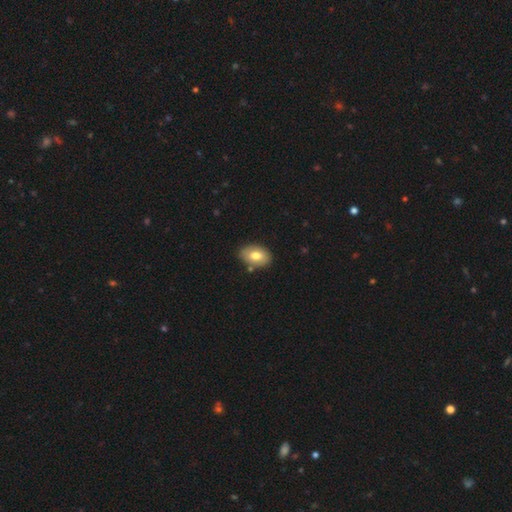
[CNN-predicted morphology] smooth 74%, featured or disk 19%, star or artifact 7%. Down the decision tree: how rounded — in between (88%); merging — none (82%).